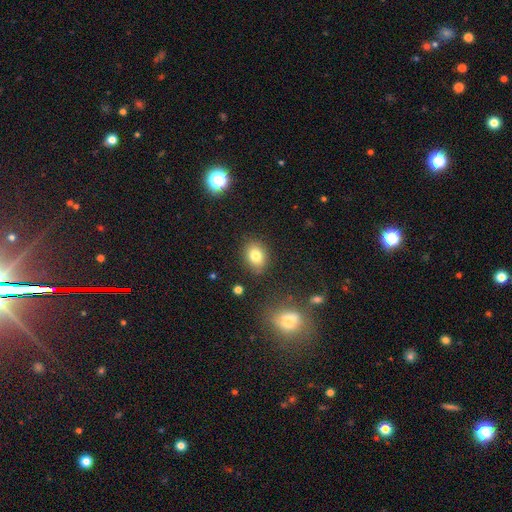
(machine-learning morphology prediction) Q: Smooth or featured?
A: smooth (80%); runner-up: star or artifact (11%)
Q: How rounded?
A: in between (56%); runner-up: round (43%)
Q: Merging?
A: none (83%); runner-up: minor disturbance (12%)